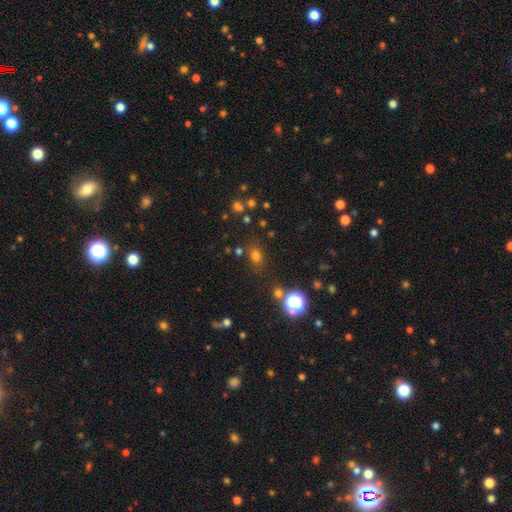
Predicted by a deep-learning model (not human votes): This is likely a smooth galaxy (67%). How rounded: possibly round (52%). Merging: likely none (79%).